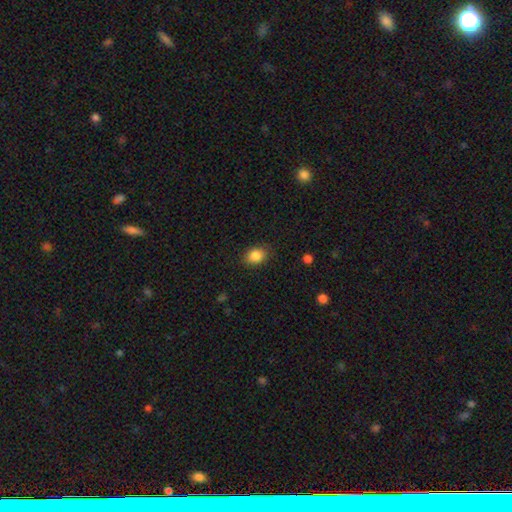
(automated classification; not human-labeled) Smooth or featured? smooth (85%)
How rounded? in between (62%)
Merging? none (82%)